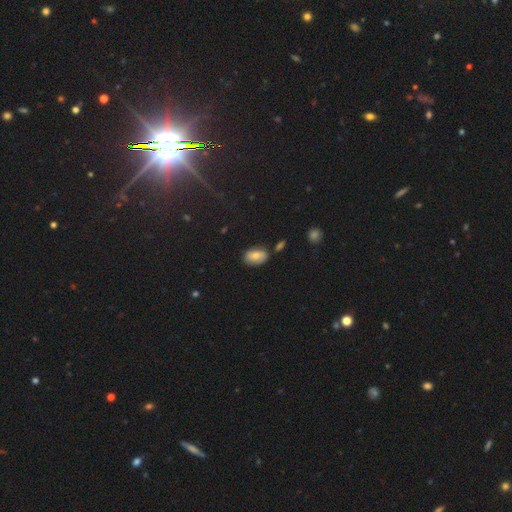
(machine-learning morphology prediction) smooth 74%, featured or disk 17%, star or artifact 10%. Down the decision tree: how rounded — in between (88%); merging — none (74%).